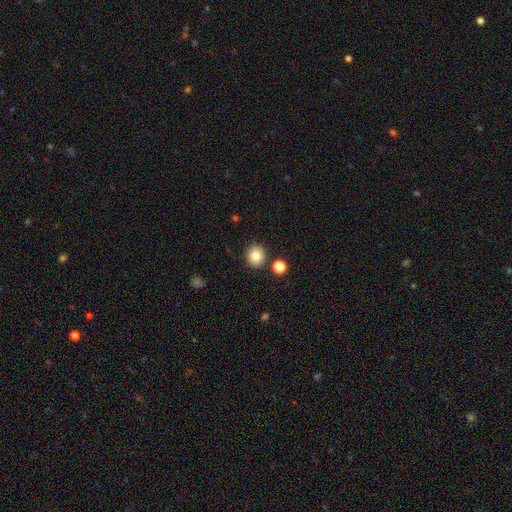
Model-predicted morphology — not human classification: Smooth or featured: smooth — 82% (star or artifact — 10%)
How rounded: round — 84% (in between — 15%)
Merging: none — 86% (minor disturbance — 7%)